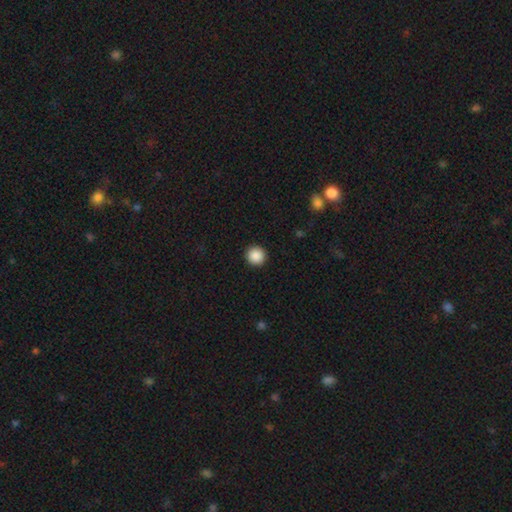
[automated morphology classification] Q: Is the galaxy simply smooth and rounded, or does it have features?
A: smooth — 89%.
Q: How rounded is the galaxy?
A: round — 96%.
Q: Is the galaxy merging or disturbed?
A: none — 93%.